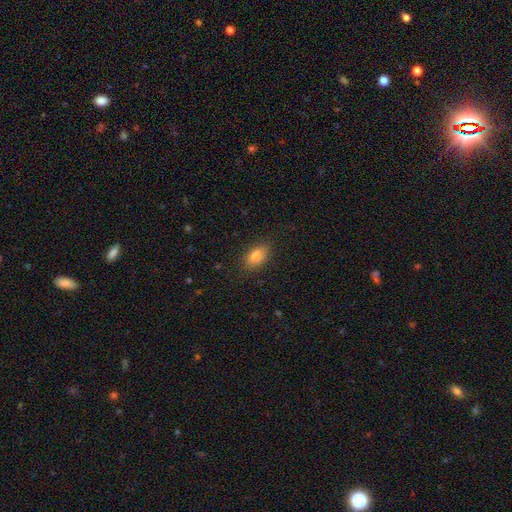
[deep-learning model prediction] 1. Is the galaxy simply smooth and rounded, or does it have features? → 84% smooth, 9% star or artifact, 8% featured or disk.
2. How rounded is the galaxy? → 89% in between, 7% round, 3% cigar-shaped.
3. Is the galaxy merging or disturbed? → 84% none, 12% minor disturbance, 3% major disturbance, 1% merger.